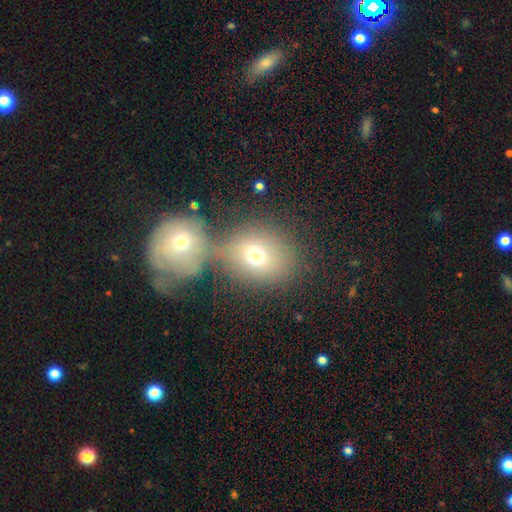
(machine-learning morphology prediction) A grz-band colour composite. It shows a smooth galaxy with no disk features (70%) that is round (60%). Merging: merger (43%, tied with none).